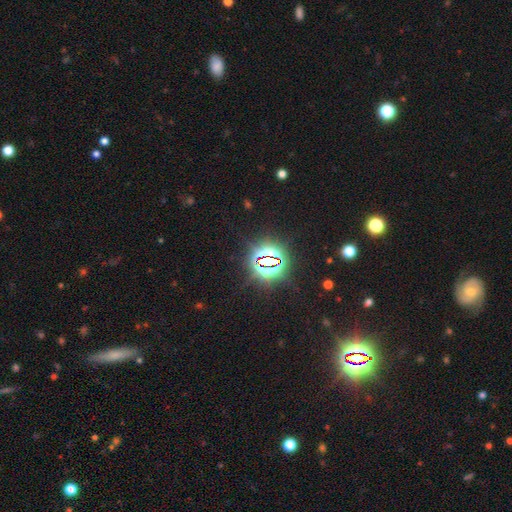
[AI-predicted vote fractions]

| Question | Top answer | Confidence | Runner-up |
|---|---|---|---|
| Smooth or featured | star or artifact | 81% | smooth (12%) |